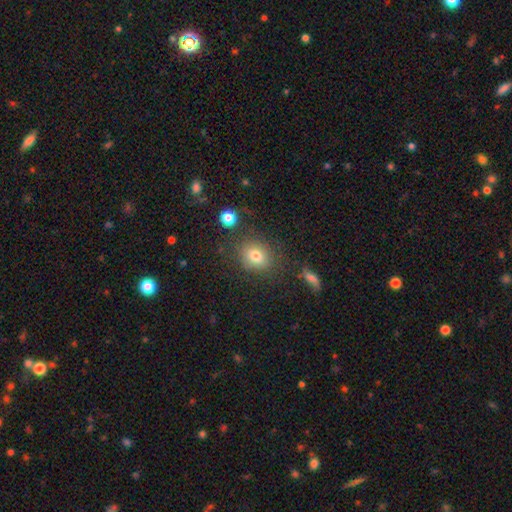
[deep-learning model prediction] Smooth or featured? smooth (77%)
How rounded? round (59%)
Merging? none (77%)